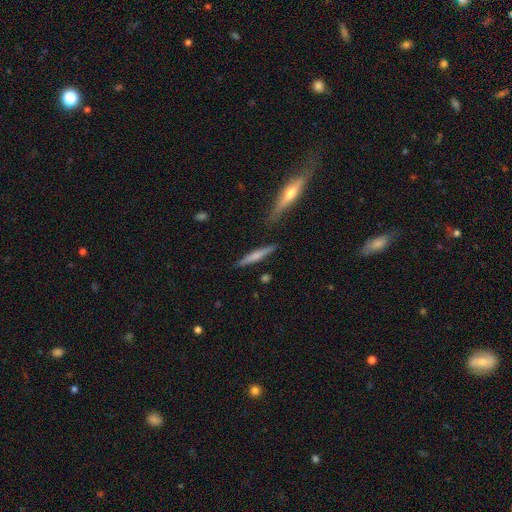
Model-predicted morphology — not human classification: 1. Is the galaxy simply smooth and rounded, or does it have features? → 54% smooth, 40% featured or disk, 6% star or artifact.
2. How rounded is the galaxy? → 91% cigar-shaped, 7% in between, 2% round.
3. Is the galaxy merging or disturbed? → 83% none, 10% minor disturbance, 4% merger, 2% major disturbance.